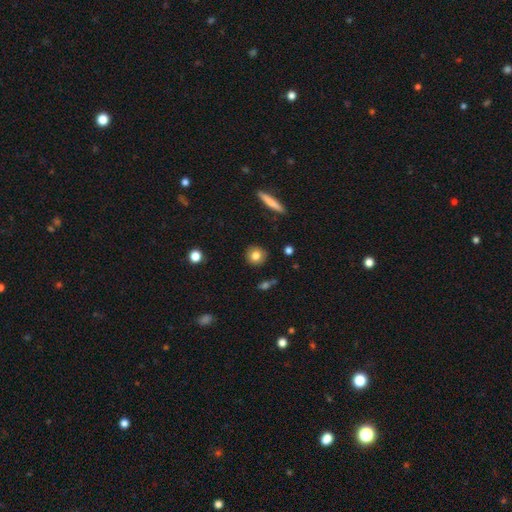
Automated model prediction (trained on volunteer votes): A smooth galaxy with no disk features (80%) that is round (88%).

Vote fractions:
- Smooth or featured? smooth: 80% / featured or disk: 11% / star or artifact: 9%
- How rounded? round: 88% / in between: 10% / cigar-shaped: 2%
- Merging? none: 89% / minor disturbance: 7% / major disturbance: 2% / merger: 2%